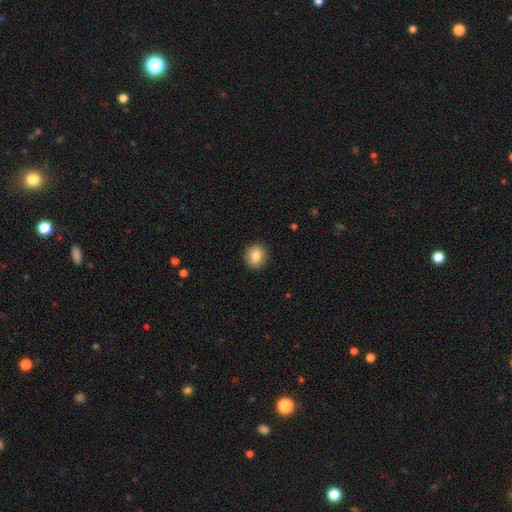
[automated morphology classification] A smooth galaxy with no disk features (83%) that is round (88%). Merging: none (91%).